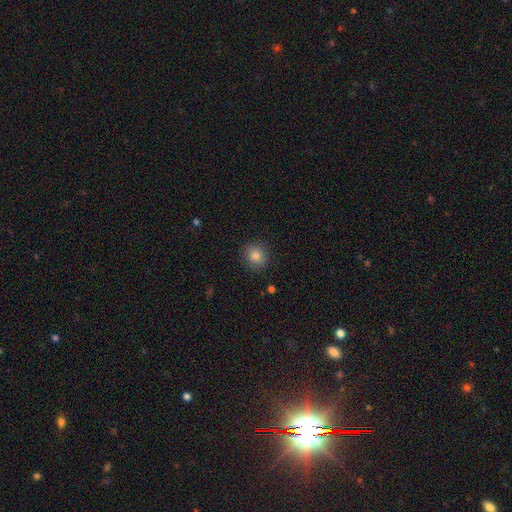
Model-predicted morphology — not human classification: Smooth or featured? Predicted: smooth (p=0.83). How rounded? Predicted: round (p=0.83). Merging? Predicted: none (p=0.89).